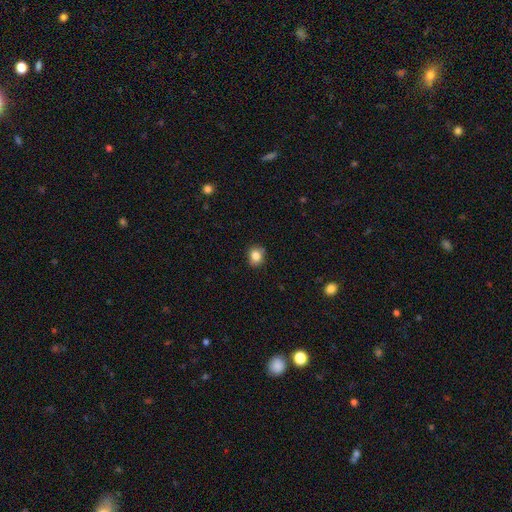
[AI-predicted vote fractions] A smooth galaxy with no disk features (83%) that is round (66%).

Vote fractions:
- Smooth or featured? smooth: 83% / star or artifact: 10% / featured or disk: 7%
- How rounded? round: 66% / in between: 33% / cigar-shaped: 1%
- Merging? none: 82% / minor disturbance: 14% / major disturbance: 3% / merger: 2%